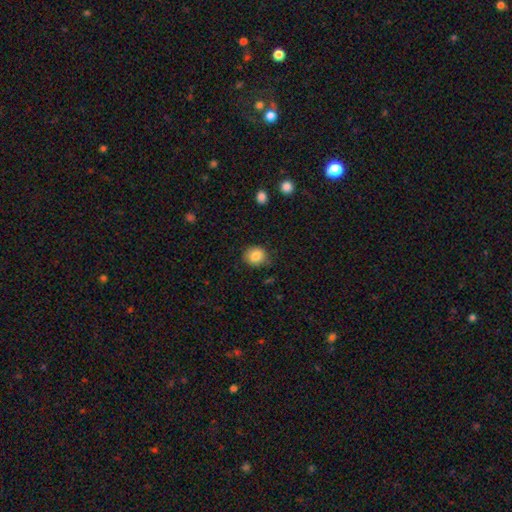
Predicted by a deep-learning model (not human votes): Morphology: type=smooth (85%); roundness=round (75%); merging=none (80%).